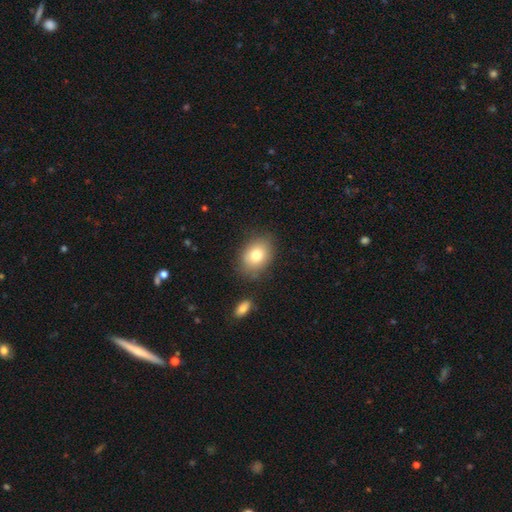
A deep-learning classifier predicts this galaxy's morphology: A smooth galaxy with no disk features (79%) that is in between round and cigar-shaped (70%). Merging: none (80%).